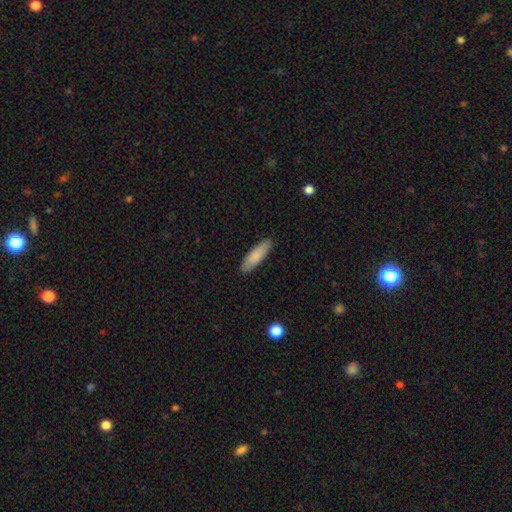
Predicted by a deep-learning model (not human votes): Overall: smooth (86%). How rounded: cigar-shaped (58%; in between 40%). Merging: none (88%).